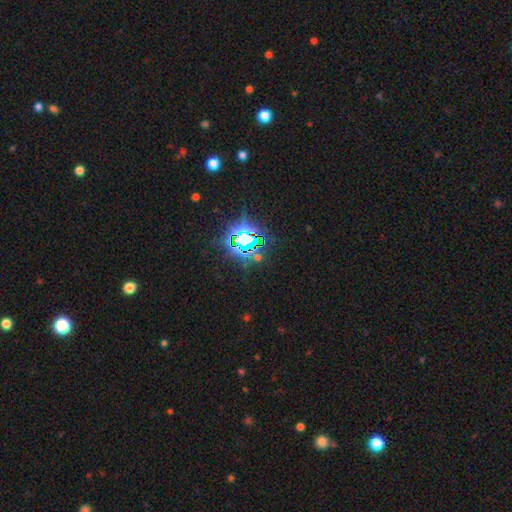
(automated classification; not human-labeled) Overall: star or artifact (83%).